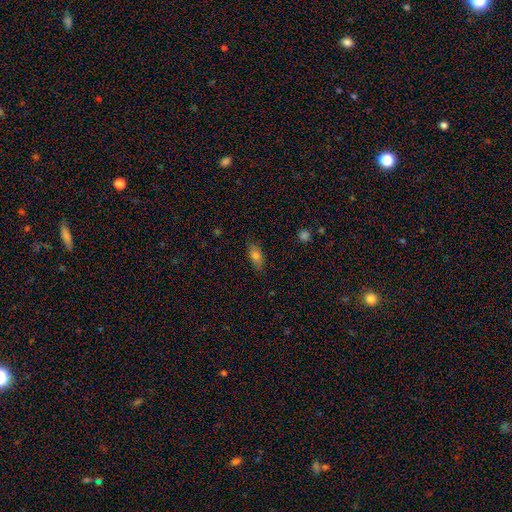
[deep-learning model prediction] Overall: smooth (75%). How rounded: in between (83%). Merging: none (83%).